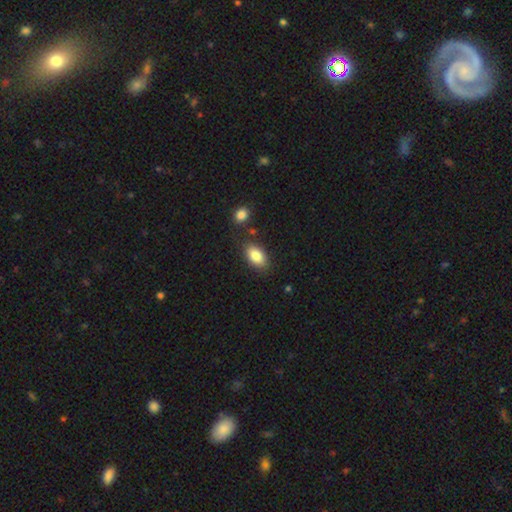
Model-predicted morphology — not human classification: Smooth or featured? Predicted: smooth (p=0.85). How rounded? Predicted: in between (p=0.91). Merging? Predicted: none (p=0.79).